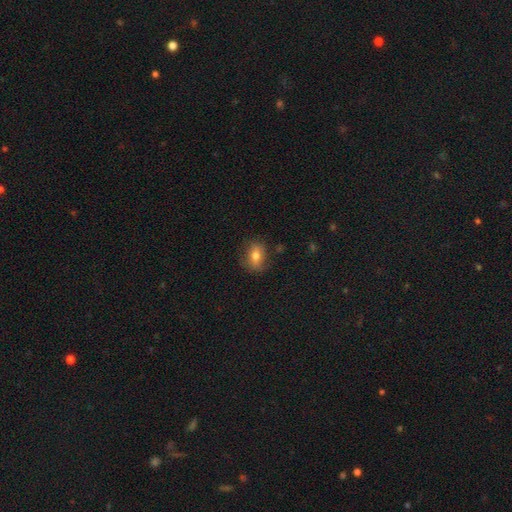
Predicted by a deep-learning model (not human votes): This appears to be a smooth galaxy with no disk features (71%) that is in between round and cigar-shaped (69%). Merging: none (76%).